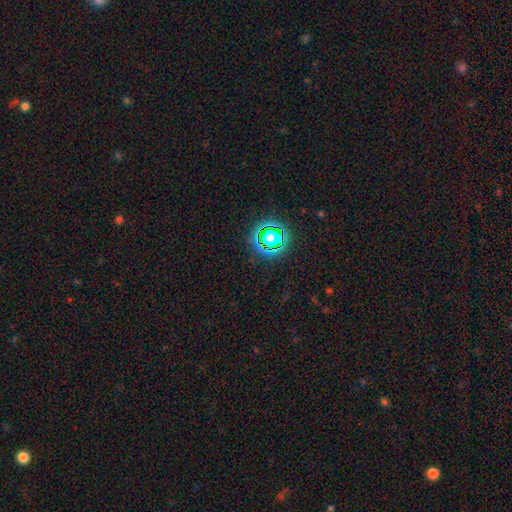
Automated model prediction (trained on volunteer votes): This is likely a star or artifact rather than a galaxy (73%).